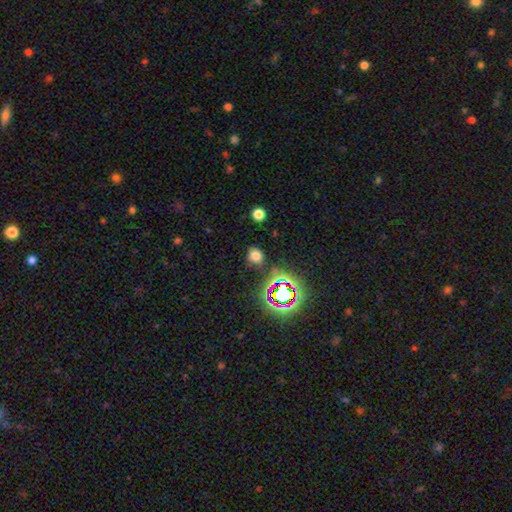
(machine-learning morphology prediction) Smooth or featured: smooth — 67% (star or artifact — 26%)
How rounded: round — 67% (in between — 32%)
Merging: none — 79% (minor disturbance — 13%)